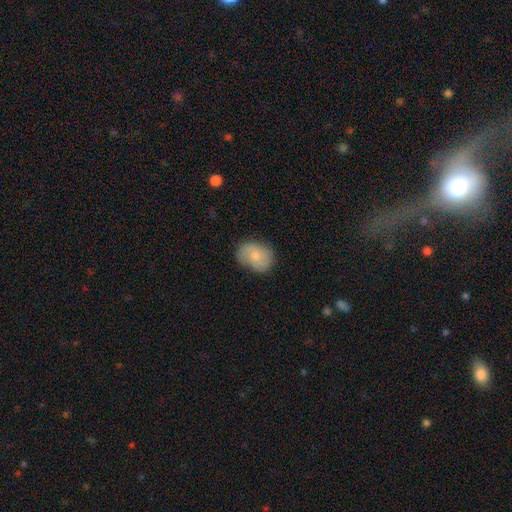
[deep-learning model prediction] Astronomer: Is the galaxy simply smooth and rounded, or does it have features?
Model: smooth — 70%.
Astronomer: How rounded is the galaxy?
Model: in between — 66%.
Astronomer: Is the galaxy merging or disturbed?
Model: none — 72%.